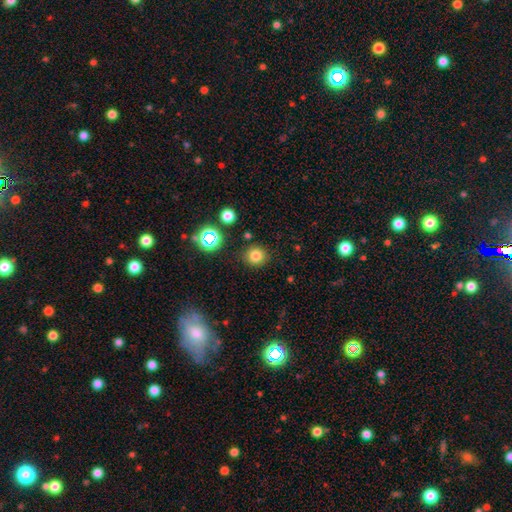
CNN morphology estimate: smooth-or-featured: smooth: 77% | star or artifact: 16% | featured or disk: 6%
  how-rounded: round: 92% | in between: 7% | cigar-shaped: 1%
  merging: none: 87% | minor disturbance: 7% | major disturbance: 3% | merger: 3%